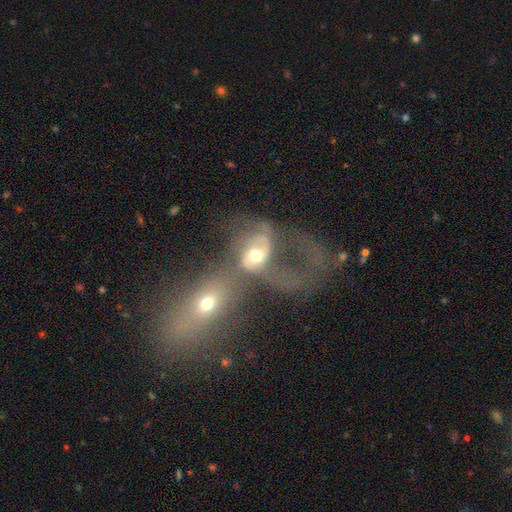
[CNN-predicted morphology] Smooth or featured: featured or disk — 59% (smooth — 30%)
Edge-on disk: no — 95% (yes — 5%)
Bar: no — 67% (weak — 25%)
Spiral arms: yes — 67% (no — 33%)
Bulge size: moderate — 64% (small — 20%)
Merging: merger — 66% (major disturbance — 21%)